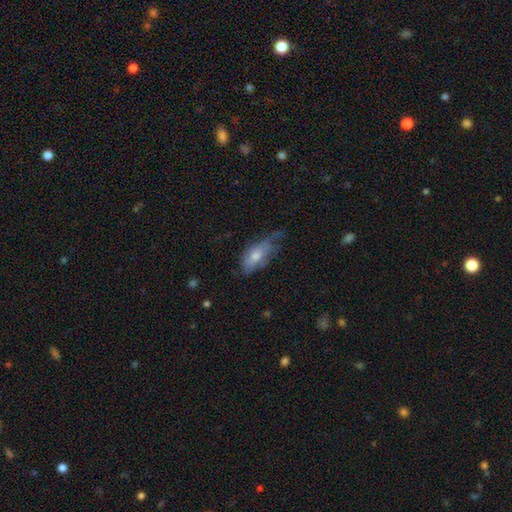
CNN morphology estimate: Smooth or featured? smooth (56%)
How rounded? in between (77%)
Merging? none (42%)